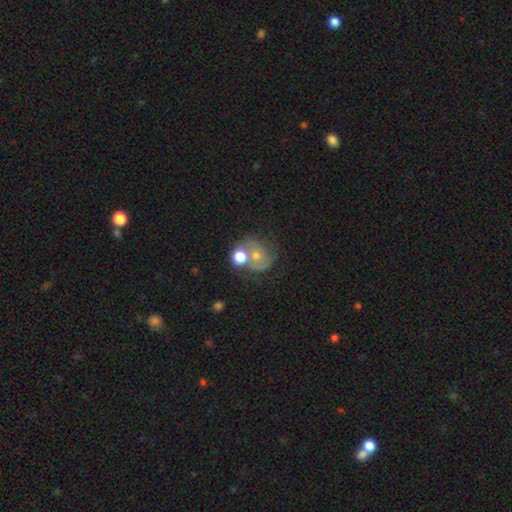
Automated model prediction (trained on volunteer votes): The model was most divided on "smooth or featured": featured or disk: 49%, smooth: 36%, star or artifact: 15%. Remaining: merging — none (48%).